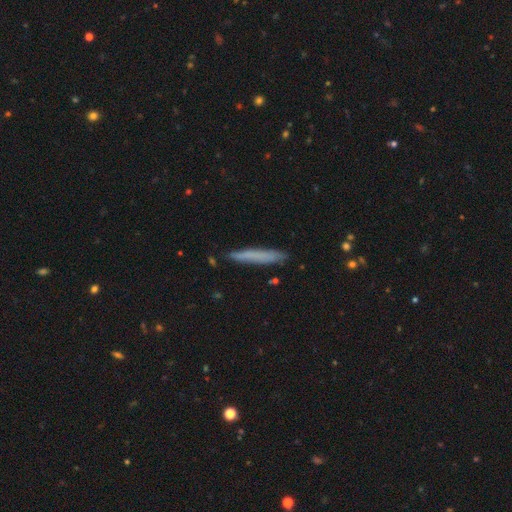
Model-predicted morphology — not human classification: smooth 70%, featured or disk 23%, star or artifact 7%. Down the decision tree: how rounded — cigar-shaped (96%); merging — none (87%).